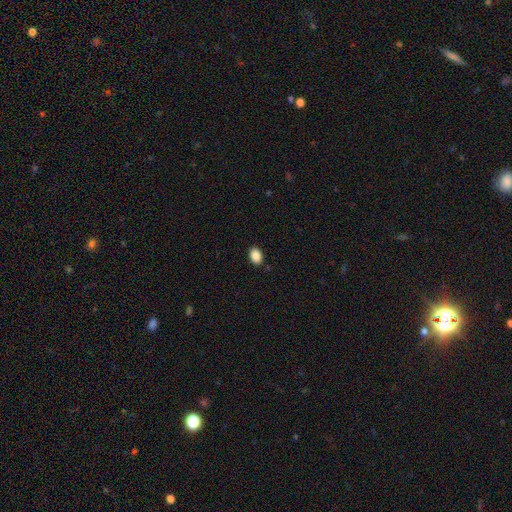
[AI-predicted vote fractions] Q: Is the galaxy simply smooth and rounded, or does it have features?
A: smooth — 89%.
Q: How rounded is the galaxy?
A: in between — 78%.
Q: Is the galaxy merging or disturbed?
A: none — 89%.